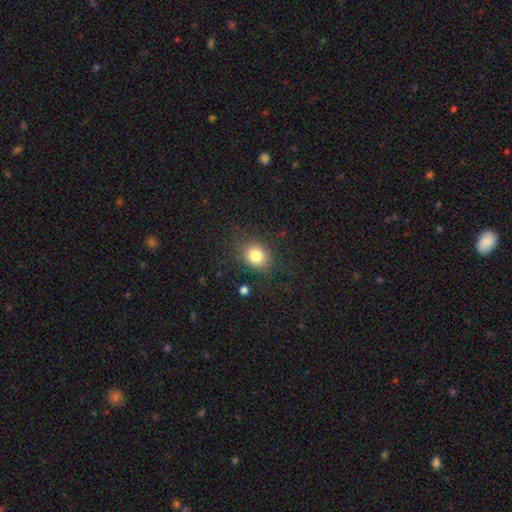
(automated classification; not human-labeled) Smooth or featured? Predicted: smooth (p=0.81). How rounded? Predicted: round (p=0.58). Merging? Predicted: none (p=0.81).